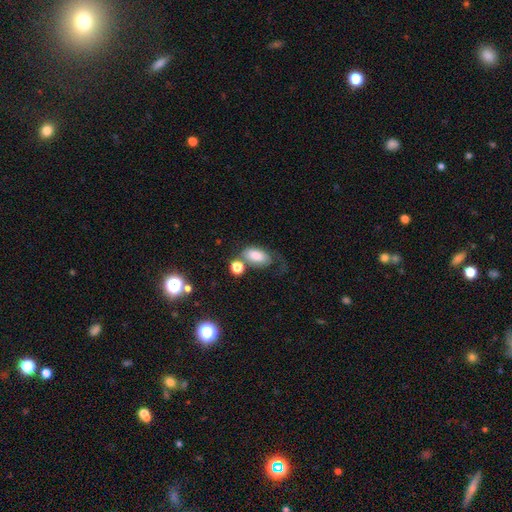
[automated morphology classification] smooth_or_featured: smooth (p=0.71) [alt: featured or disk p=0.20]
how_rounded: in between (p=0.90) [alt: round p=0.08]
merging: none (p=0.30) [alt: major disturbance p=0.29]